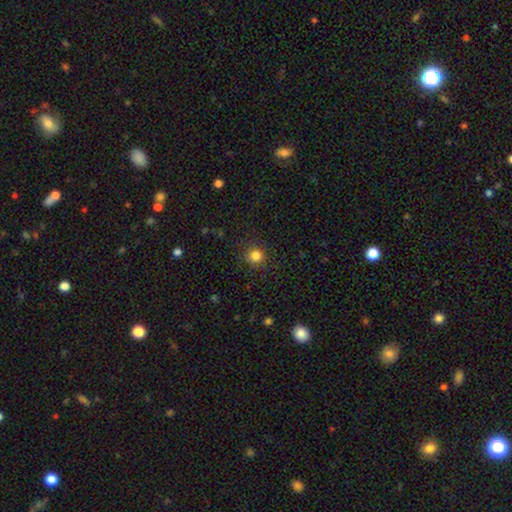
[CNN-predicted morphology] This is clearly a smooth galaxy (83%). How rounded: clearly round (92%). Merging: clearly none (88%).